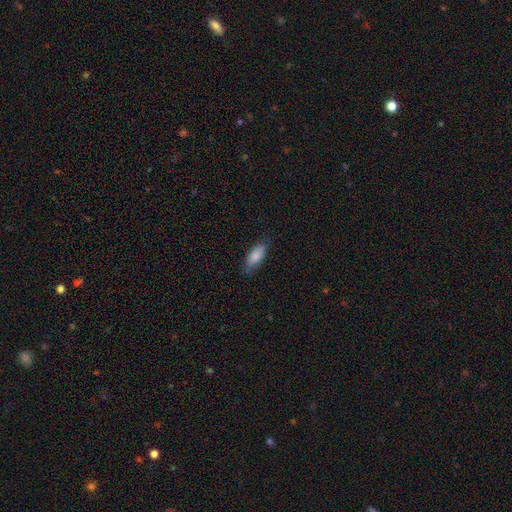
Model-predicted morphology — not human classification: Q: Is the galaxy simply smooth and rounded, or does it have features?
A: smooth — 83%.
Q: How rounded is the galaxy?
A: in between — 79%.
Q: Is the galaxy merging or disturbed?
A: none — 80%.